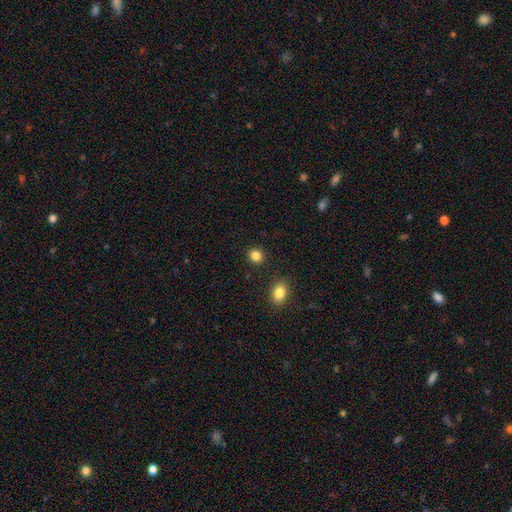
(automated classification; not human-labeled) Morphology: type=smooth (85%); roundness=round (85%); merging=none (90%).